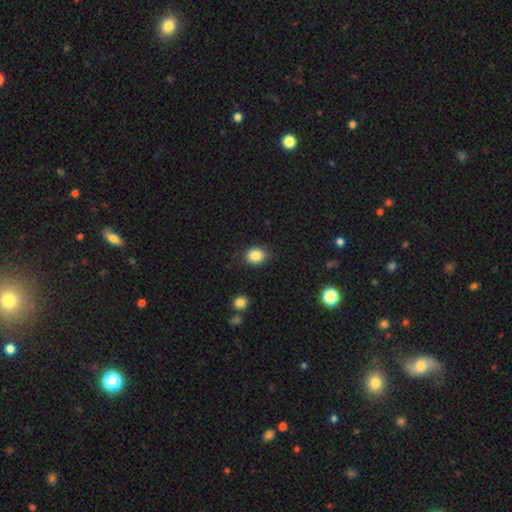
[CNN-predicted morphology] The model was most divided on "how rounded": in between: 51%, round: 48%, cigar-shaped: 1%. More confident: smooth or featured — smooth (86%); merging — none (85%).